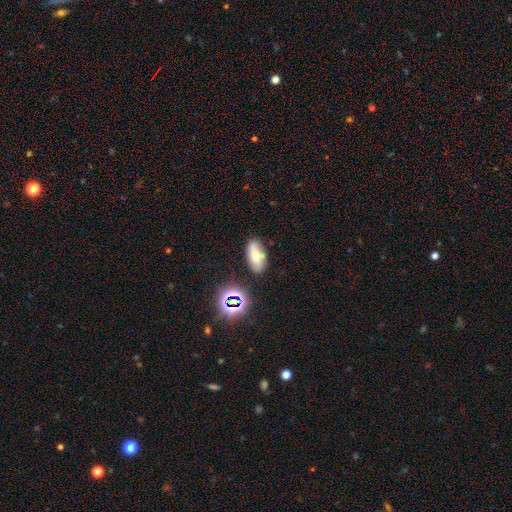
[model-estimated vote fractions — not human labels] A smooth galaxy with no disk features (64%) that is in between round and cigar-shaped (89%). Merging: none (75%).